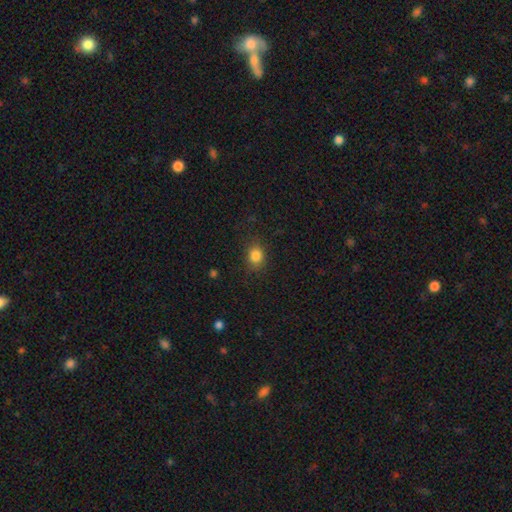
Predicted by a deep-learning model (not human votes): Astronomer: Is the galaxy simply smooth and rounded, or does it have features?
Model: smooth — 84%.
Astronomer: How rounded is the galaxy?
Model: round — 58% (runner-up: in between, 41%).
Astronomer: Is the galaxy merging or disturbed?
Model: none — 84%.